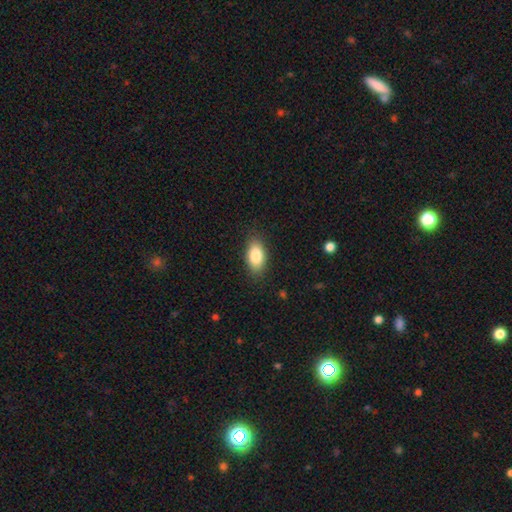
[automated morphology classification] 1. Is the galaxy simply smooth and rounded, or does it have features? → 84% smooth, 9% featured or disk, 7% star or artifact.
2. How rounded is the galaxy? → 91% in between, 5% round, 4% cigar-shaped.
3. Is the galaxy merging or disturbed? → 85% none, 11% minor disturbance, 3% major disturbance, 1% merger.